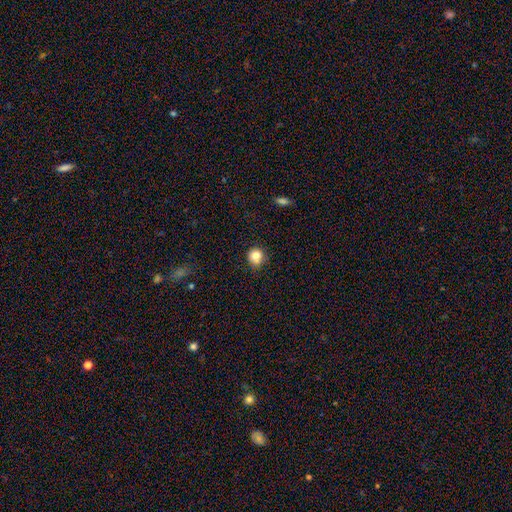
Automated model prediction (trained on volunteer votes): smooth 82%, star or artifact 11%, featured or disk 7%. Down the decision tree: how rounded — round (83%); merging — none (63%).